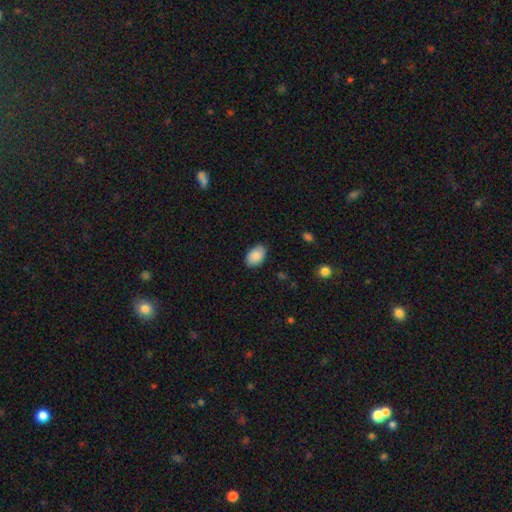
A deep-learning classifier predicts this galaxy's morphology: A smooth galaxy with no disk features (87%) that is in between round and cigar-shaped (90%).

Vote fractions:
- Smooth or featured? smooth: 87% / star or artifact: 7% / featured or disk: 6%
- How rounded? in between: 90% / round: 9% / cigar-shaped: 1%
- Merging? none: 85% / minor disturbance: 12% / major disturbance: 2% / merger: 1%